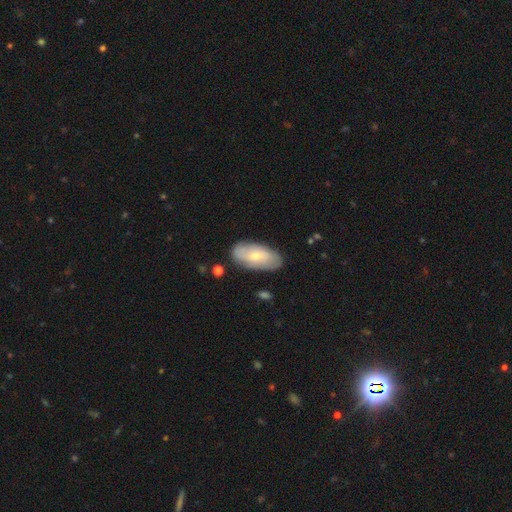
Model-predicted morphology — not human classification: This appears to be a smooth galaxy with no disk features (52%) that is in between round and cigar-shaped (91%). Merging: none (82%).